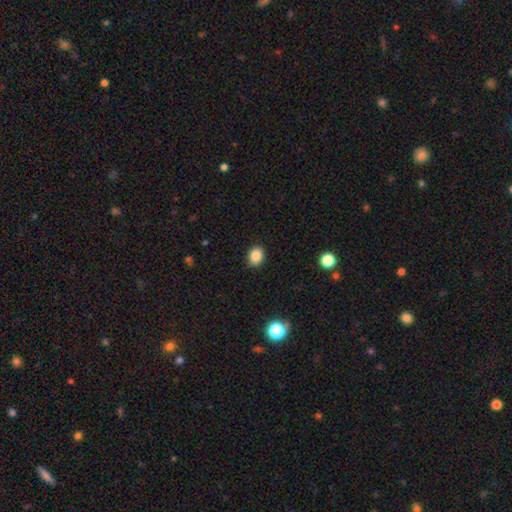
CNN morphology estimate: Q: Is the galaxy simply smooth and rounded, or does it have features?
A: smooth — 87%.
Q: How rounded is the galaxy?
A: round — 56%.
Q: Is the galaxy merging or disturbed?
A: none — 88%.